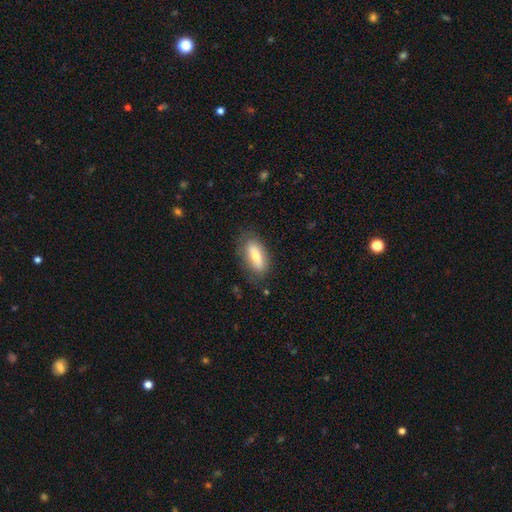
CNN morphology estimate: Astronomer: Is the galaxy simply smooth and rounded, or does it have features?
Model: smooth — 66%.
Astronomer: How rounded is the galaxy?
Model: in between — 78%.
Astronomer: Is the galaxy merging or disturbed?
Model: none — 77%.